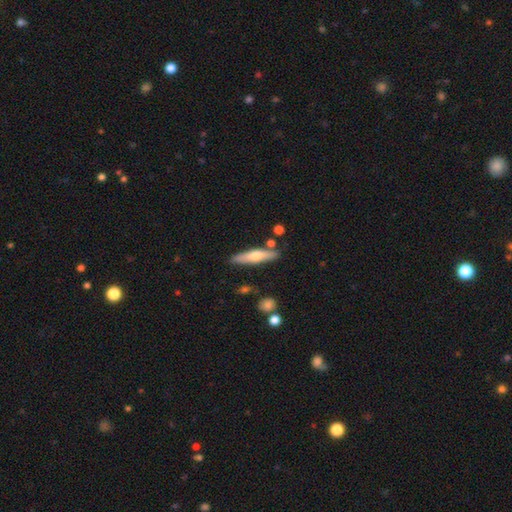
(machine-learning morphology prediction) Smooth or featured? smooth (55%)
How rounded? cigar-shaped (76%)
Merging? none (81%)